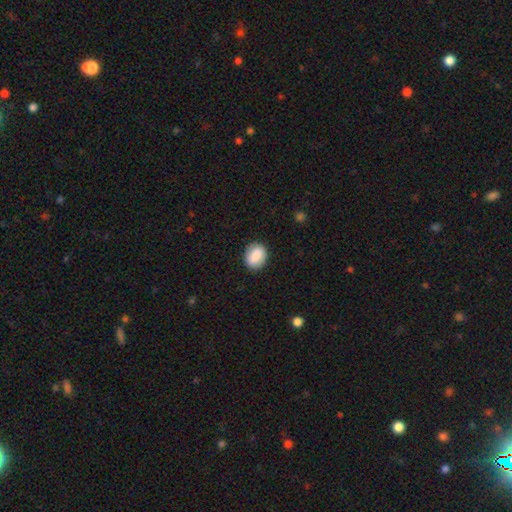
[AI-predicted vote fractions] smooth-or-featured: smooth: 82% | featured or disk: 11% | star or artifact: 7%
  how-rounded: in between: 58% | round: 41% | cigar-shaped: 1%
  merging: none: 86% | minor disturbance: 10% | major disturbance: 3% | merger: 1%